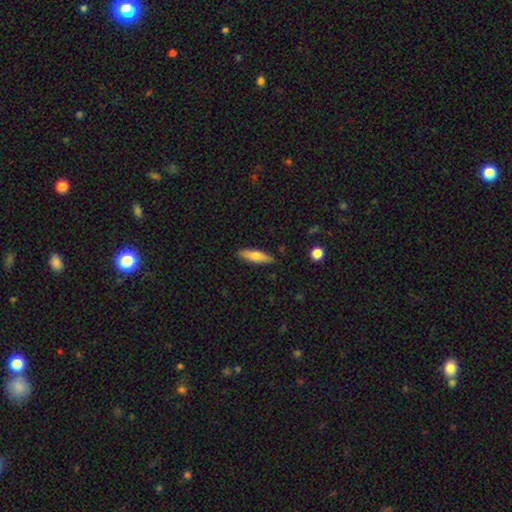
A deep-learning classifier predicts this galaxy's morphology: type=smooth (69%); roundness=cigar-shaped (62%); merging=none (86%).